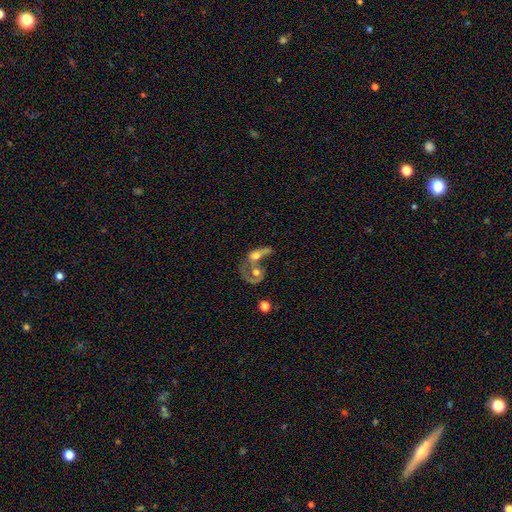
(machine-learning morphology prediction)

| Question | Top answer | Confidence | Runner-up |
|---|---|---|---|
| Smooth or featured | featured or disk | 52% | smooth (39%) |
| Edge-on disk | no | 89% | yes (11%) |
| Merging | merger | 72% | major disturbance (12%) |